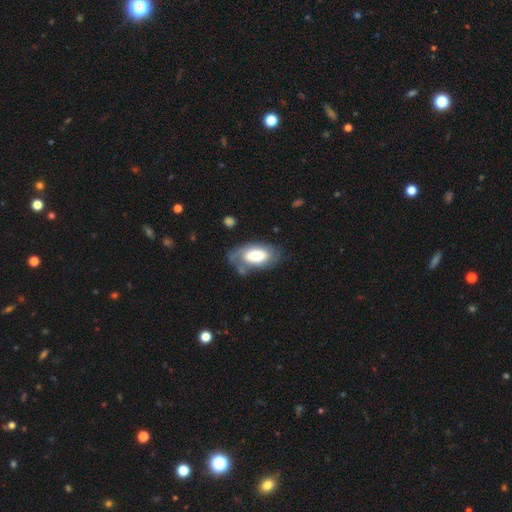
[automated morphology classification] Q: Smooth or featured?
A: smooth (55%); runner-up: featured or disk (39%)
Q: How rounded?
A: in between (93%); runner-up: cigar-shaped (4%)
Q: Merging?
A: none (53%); runner-up: minor disturbance (27%)